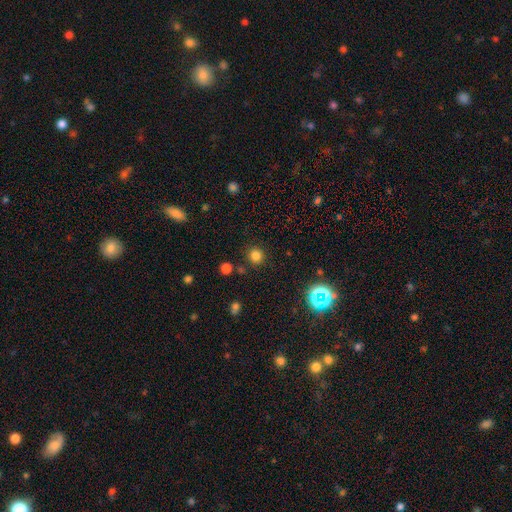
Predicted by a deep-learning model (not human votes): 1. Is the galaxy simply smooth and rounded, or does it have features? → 79% smooth, 16% star or artifact, 4% featured or disk.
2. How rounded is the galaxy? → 92% round, 7% in between, 1% cigar-shaped.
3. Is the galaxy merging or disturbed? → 88% none, 6% minor disturbance, 3% merger, 3% major disturbance.